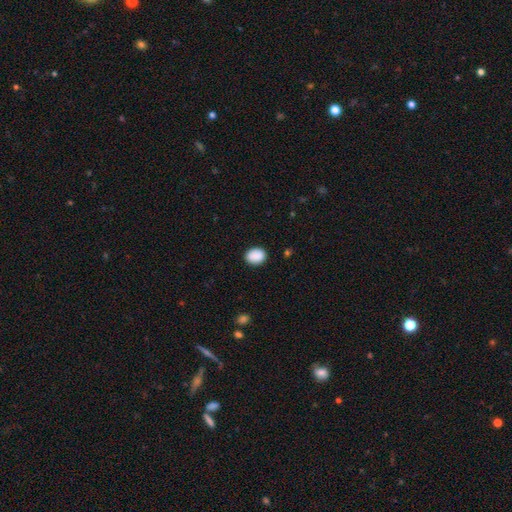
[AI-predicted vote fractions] smooth-or-featured: smooth: 90% | star or artifact: 7% | featured or disk: 3%
  how-rounded: in between: 57% | round: 42% | cigar-shaped: 1%
  merging: none: 88% | minor disturbance: 9% | major disturbance: 2% | merger: 1%